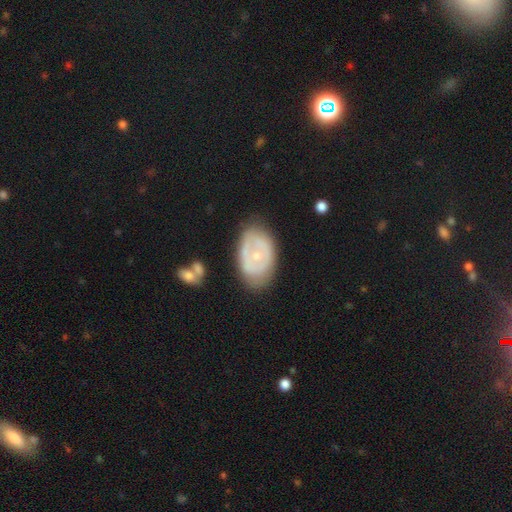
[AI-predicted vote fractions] featured or disk 60%, smooth 34%, star or artifact 6%. Down the decision tree: edge-on disk — no (94%); bar — no (80%); spiral arms — no (58%); bulge size — small (66%); merging — none (68%).